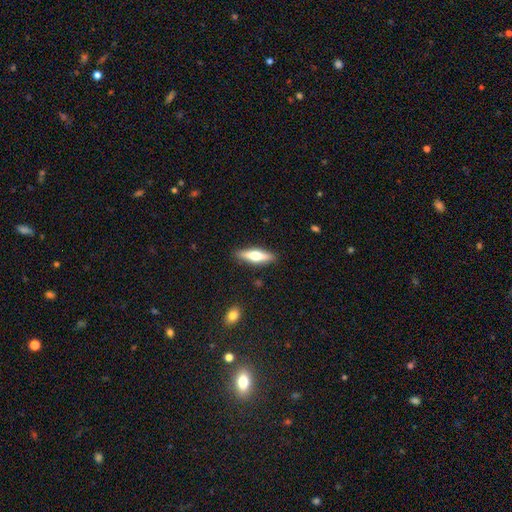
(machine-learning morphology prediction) A smooth galaxy with no disk features (48%).

Vote fractions:
- Smooth or featured? smooth: 48% / featured or disk: 47% / star or artifact: 6%
- Merging? none: 89% / minor disturbance: 8% / major disturbance: 2% / merger: 1%